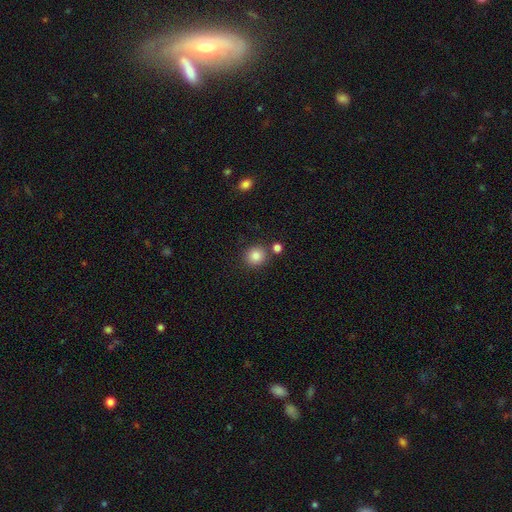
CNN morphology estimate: Overall: smooth (84%). How rounded: round (89%). Merging: none (80%).